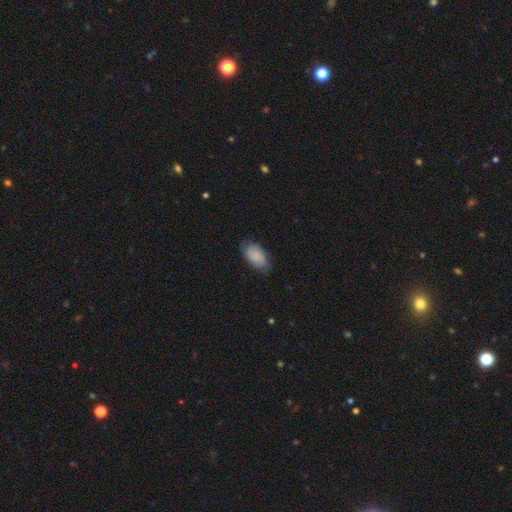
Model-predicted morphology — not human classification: smooth_or_featured: smooth (p=0.73) [alt: featured or disk p=0.20]
how_rounded: in between (p=0.94) [alt: round p=0.04]
merging: none (p=0.77) [alt: minor disturbance p=0.18]